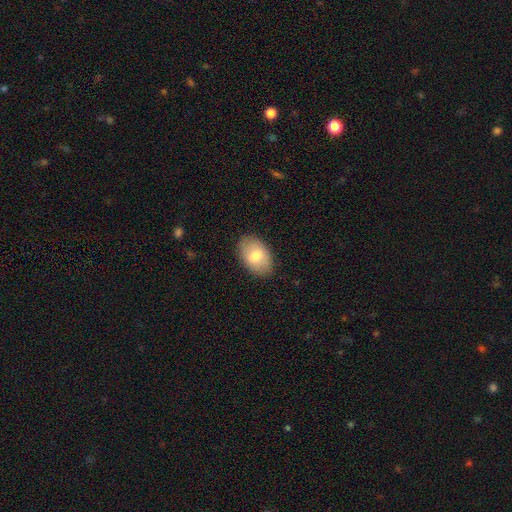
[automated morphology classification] A smooth galaxy with no disk features (74%) that is in between round and cigar-shaped (88%). Merging: none (86%).